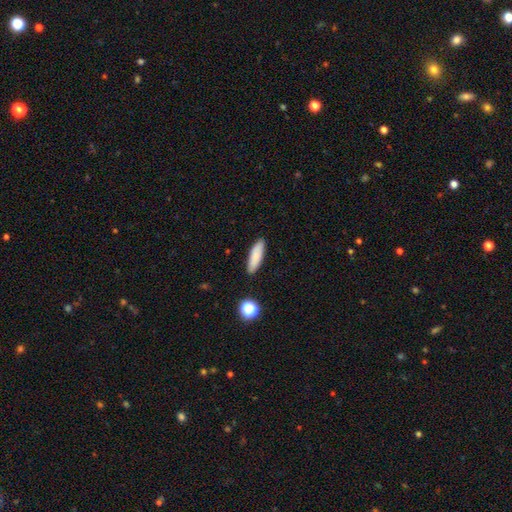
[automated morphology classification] This is clearly a smooth galaxy (83%). How rounded: possibly cigar-shaped (54%). Merging: clearly none (88%).